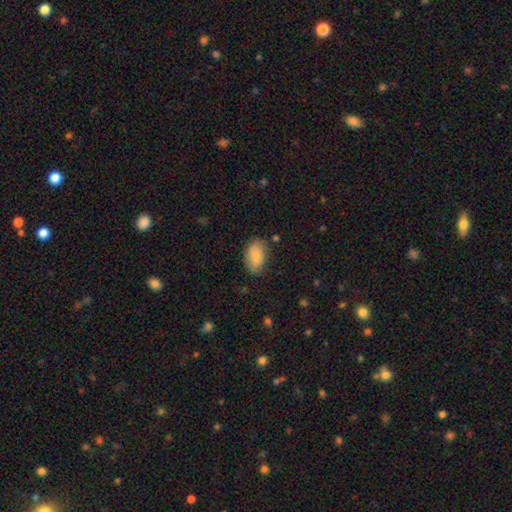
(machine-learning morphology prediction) Smooth or featured?
  - smooth: 79% *
  - featured or disk: 14%
  - star or artifact: 7%
How rounded?
  - in between: 91% *
  - round: 7%
  - cigar-shaped: 2%
Merging?
  - none: 75% *
  - minor disturbance: 19%
  - major disturbance: 4%
  - merger: 2%